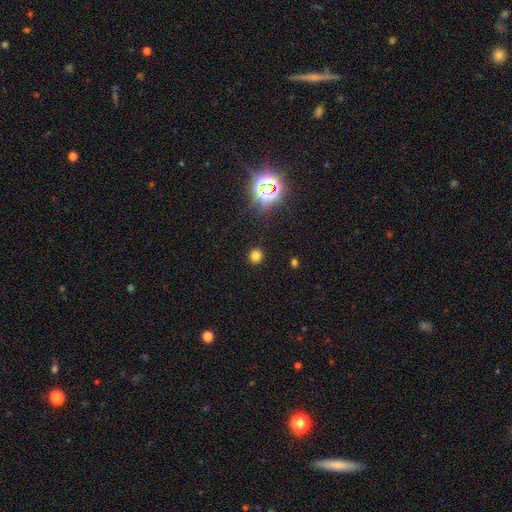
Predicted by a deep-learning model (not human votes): Smooth or featured? smooth (75%)
How rounded? round (89%)
Merging? none (90%)